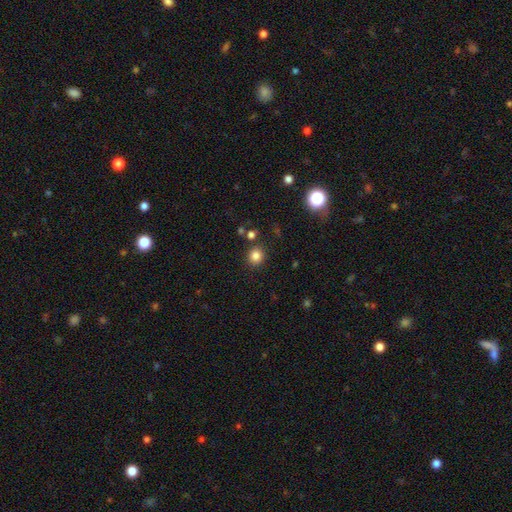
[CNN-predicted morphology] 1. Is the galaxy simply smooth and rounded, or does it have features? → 83% smooth, 12% star or artifact, 5% featured or disk.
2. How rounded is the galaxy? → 87% round, 12% in between, 1% cigar-shaped.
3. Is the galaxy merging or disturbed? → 86% none, 7% minor disturbance, 4% merger, 2% major disturbance.